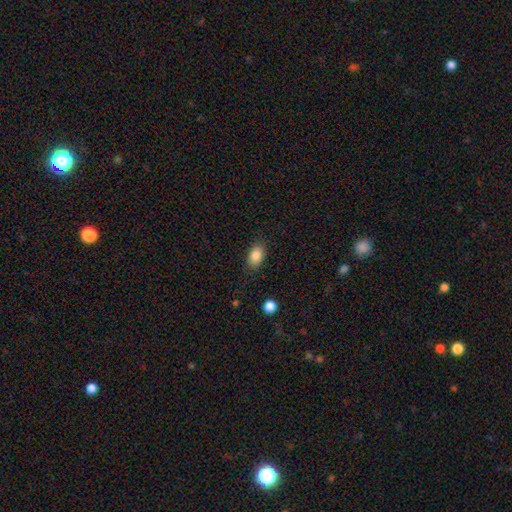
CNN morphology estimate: Smooth or featured?
  - smooth: 85% *
  - star or artifact: 8%
  - featured or disk: 7%
How rounded?
  - in between: 87% *
  - round: 11%
  - cigar-shaped: 2%
Merging?
  - none: 84% *
  - minor disturbance: 12%
  - major disturbance: 3%
  - merger: 1%